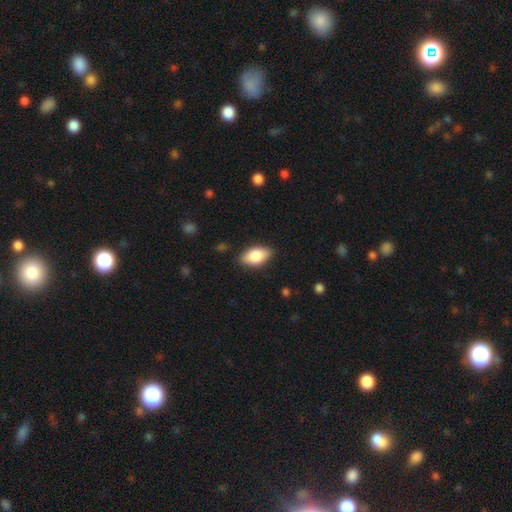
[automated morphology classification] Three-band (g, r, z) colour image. It shows a smooth galaxy with no disk features (82%) that is in between round and cigar-shaped (92%). Merging: none (86%).